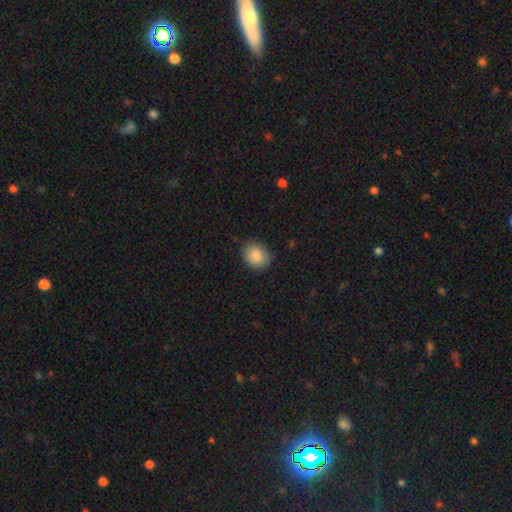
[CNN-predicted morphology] Q: Smooth or featured?
A: smooth (87%); runner-up: star or artifact (8%)
Q: How rounded?
A: round (57%); runner-up: in between (42%)
Q: Merging?
A: none (81%); runner-up: minor disturbance (15%)